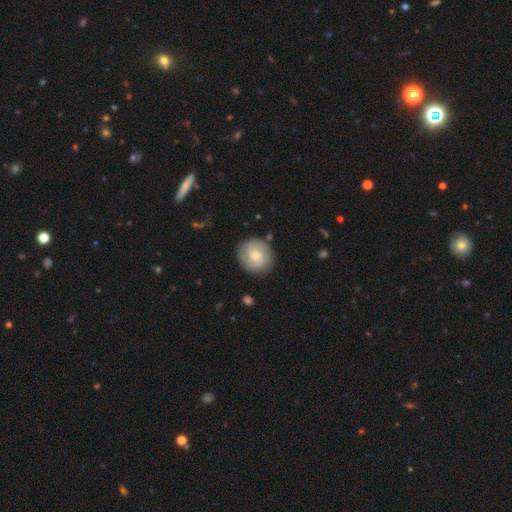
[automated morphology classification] Overall: featured or disk (50%; smooth 44%). Merging: none (84%).